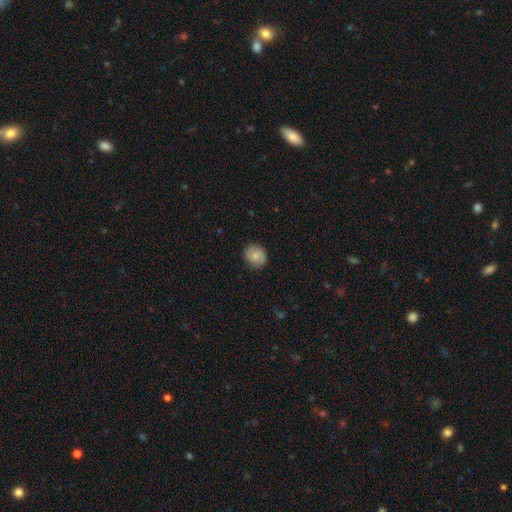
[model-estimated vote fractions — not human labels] A smooth galaxy with no disk features (70%) that is round (80%). Merging: none (84%).